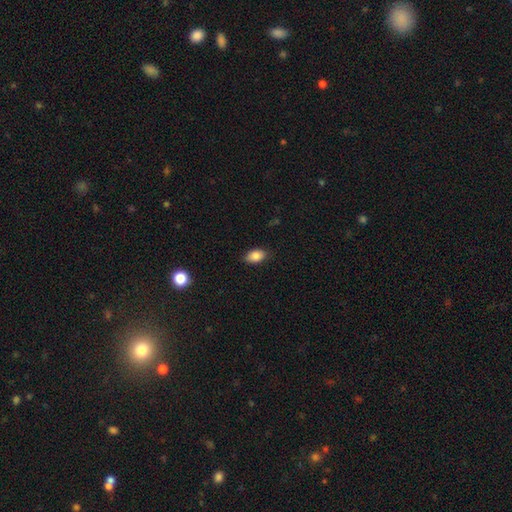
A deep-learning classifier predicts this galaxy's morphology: smooth 85%, star or artifact 8%, featured or disk 7%. Down the decision tree: how rounded — in between (89%); merging — none (84%).